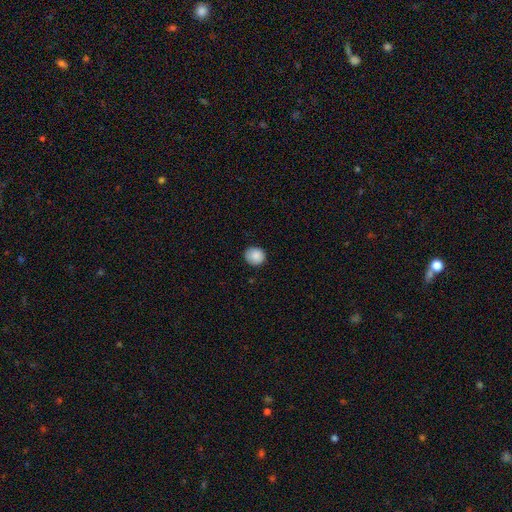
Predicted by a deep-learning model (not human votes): Smooth or featured: smooth — 87% (star or artifact — 8%)
How rounded: round — 88% (in between — 11%)
Merging: none — 87% (minor disturbance — 10%)